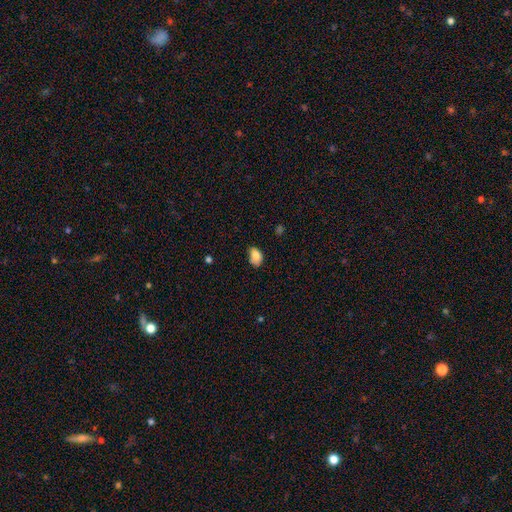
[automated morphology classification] This is clearly a smooth galaxy (82%). How rounded: clearly in between (84%). Merging: possibly none (54%).